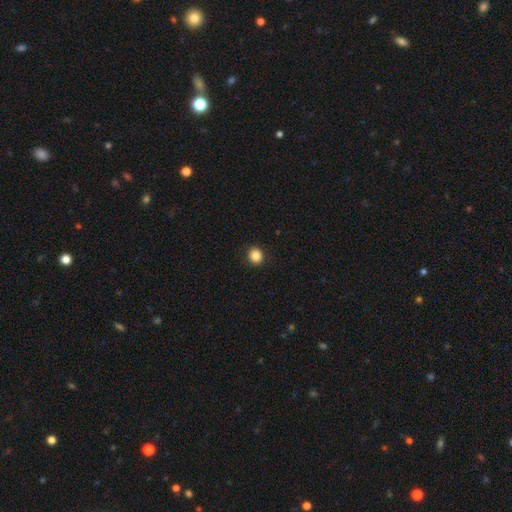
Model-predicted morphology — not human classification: Overall: smooth (86%). How rounded: round (83%). Merging: none (91%).